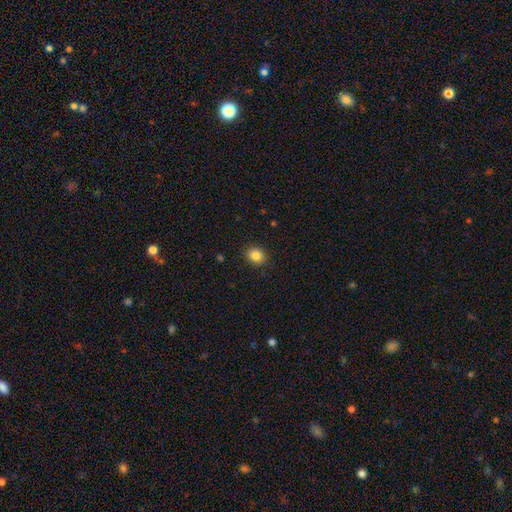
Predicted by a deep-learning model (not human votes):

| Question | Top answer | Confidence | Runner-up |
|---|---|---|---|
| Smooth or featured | smooth | 85% | star or artifact (10%) |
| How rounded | round | 69% | in between (30%) |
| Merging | none | 90% | minor disturbance (7%) |